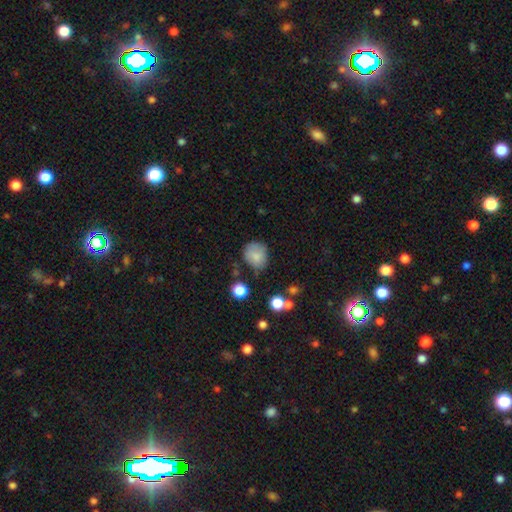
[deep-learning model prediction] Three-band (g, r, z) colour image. It shows a smooth galaxy with no disk features (80%) that is round (74%). Merging: none (63%).